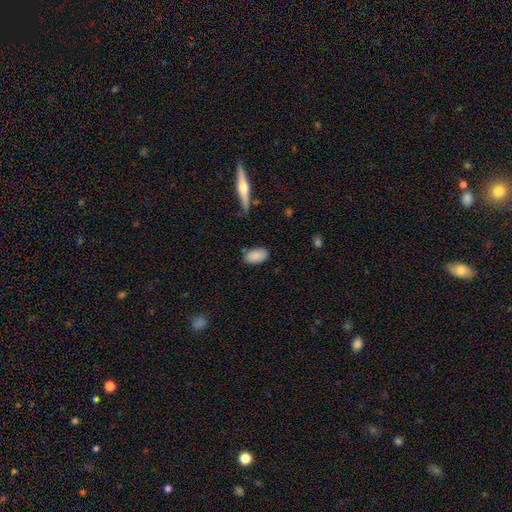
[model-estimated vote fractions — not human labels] smooth 88%, star or artifact 7%, featured or disk 5%. Down the decision tree: how rounded — in between (94%); merging — none (79%).